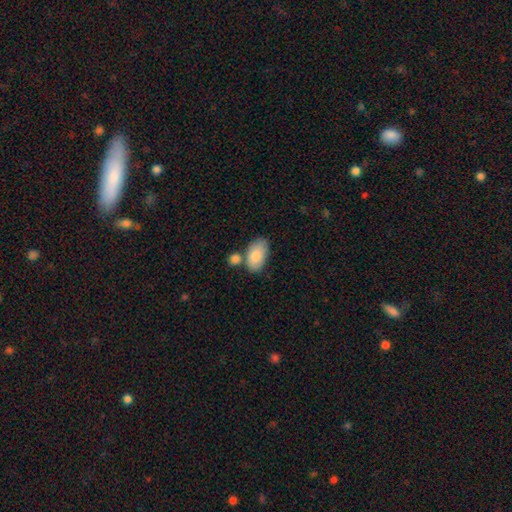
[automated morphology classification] smooth_or_featured: smooth (p=0.84) [alt: featured or disk p=0.10]
how_rounded: in between (p=0.94) [alt: round p=0.04]
merging: none (p=0.58) [alt: merger p=0.22]